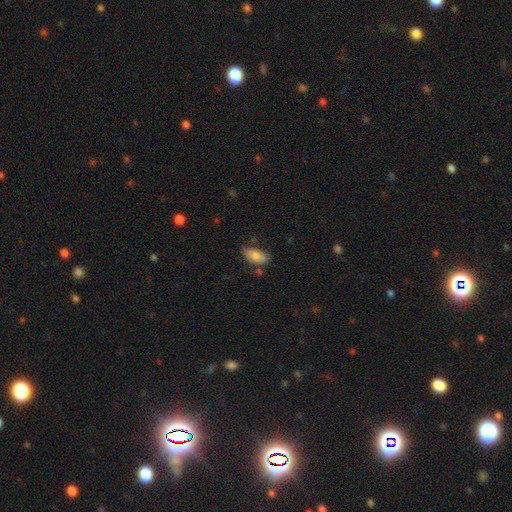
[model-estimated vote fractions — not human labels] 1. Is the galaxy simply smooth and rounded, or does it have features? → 78% smooth, 15% featured or disk, 7% star or artifact.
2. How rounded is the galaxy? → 91% in between, 6% cigar-shaped, 3% round.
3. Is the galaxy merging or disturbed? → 65% none, 24% minor disturbance, 6% merger, 5% major disturbance.